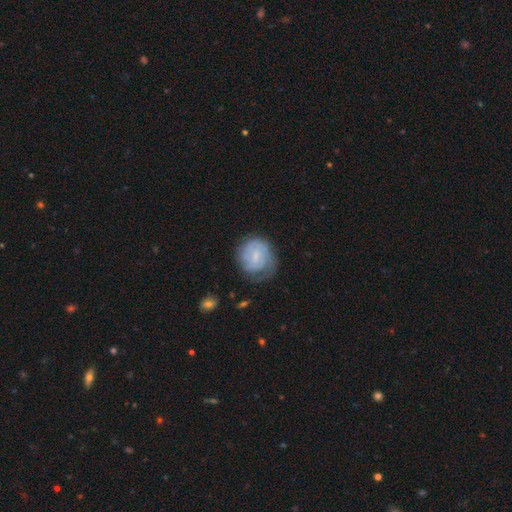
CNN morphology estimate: The model was most divided on "bar": weak: 50%, no: 42%, strong: 8%. Remaining: edge-on disk — no (98%); spiral arms — yes (86%); spiral winding — tight (62%); smooth or featured — featured or disk (61%); merging — none (55%); bulge size — small (53%); spiral arm count — can't tell (39%).